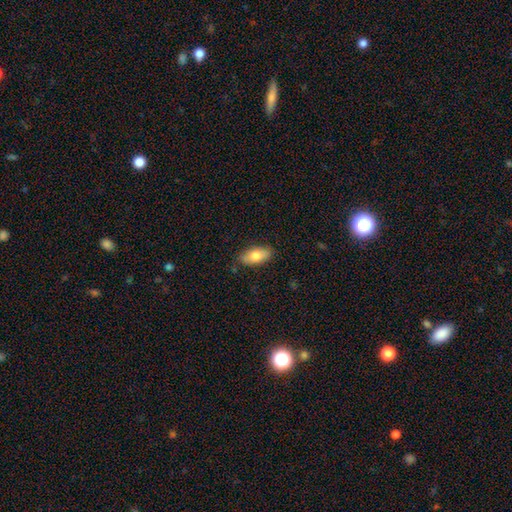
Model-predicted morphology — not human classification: smooth_or_featured: smooth (p=0.76) [alt: featured or disk p=0.18]
how_rounded: in between (p=0.87) [alt: cigar-shaped p=0.09]
merging: none (p=0.84) [alt: minor disturbance p=0.12]